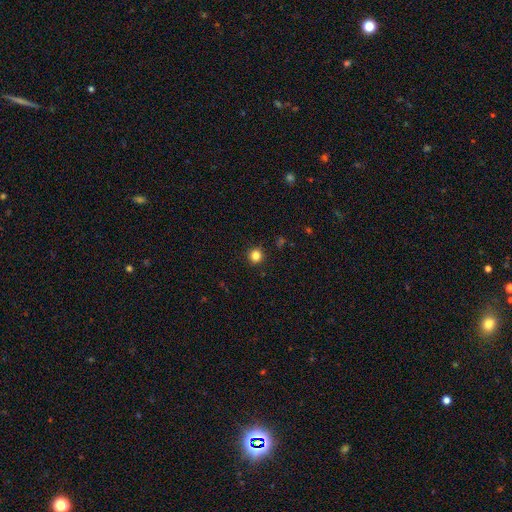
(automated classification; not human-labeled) Smooth or featured? Predicted: smooth (p=0.83). How rounded? Predicted: round (p=0.95). Merging? Predicted: none (p=0.93).